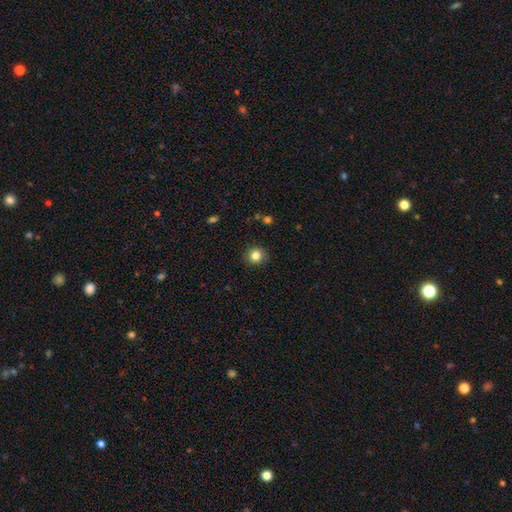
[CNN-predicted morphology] smooth_or_featured: smooth (p=0.83) [alt: star or artifact p=0.11]
how_rounded: round (p=0.91) [alt: in between p=0.08]
merging: none (p=0.91) [alt: minor disturbance p=0.06]